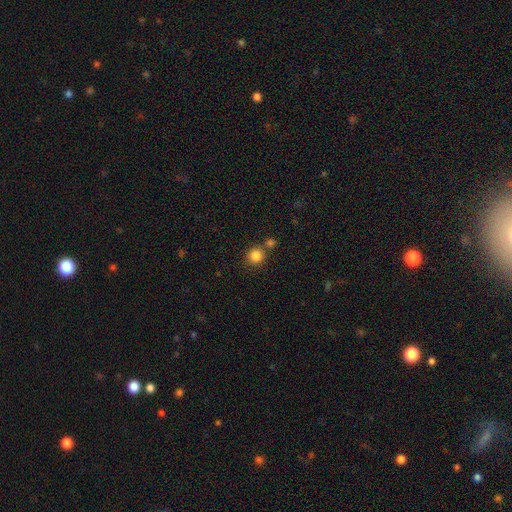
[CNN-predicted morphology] Smooth or featured?
  - smooth: 84% *
  - star or artifact: 11%
  - featured or disk: 5%
How rounded?
  - round: 90% *
  - in between: 9%
  - cigar-shaped: 1%
Merging?
  - none: 71% *
  - merger: 18%
  - minor disturbance: 8%
  - major disturbance: 3%